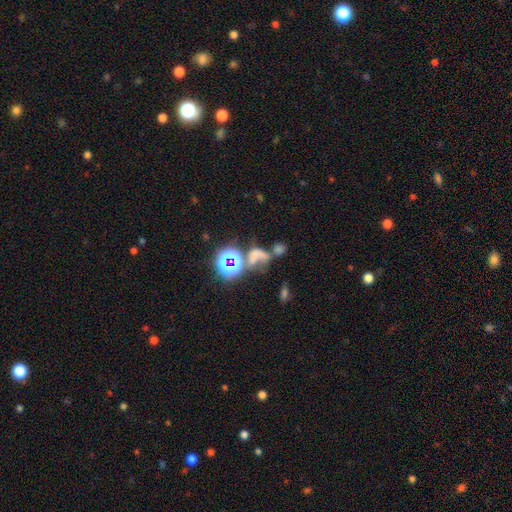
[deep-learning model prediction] Smooth or featured? smooth (40%)
Merging? merger (40%)